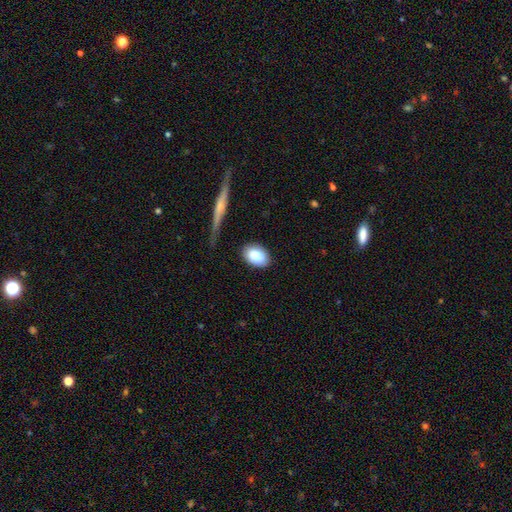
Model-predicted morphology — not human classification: type=smooth (88%); roundness=in between (86%); merging=none (79%).